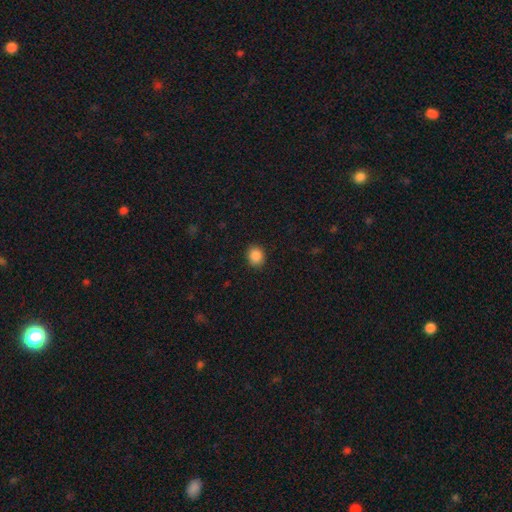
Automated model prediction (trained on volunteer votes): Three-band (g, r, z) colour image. It shows a smooth galaxy with no disk features (87%) that is round (66%). Merging: none (90%).